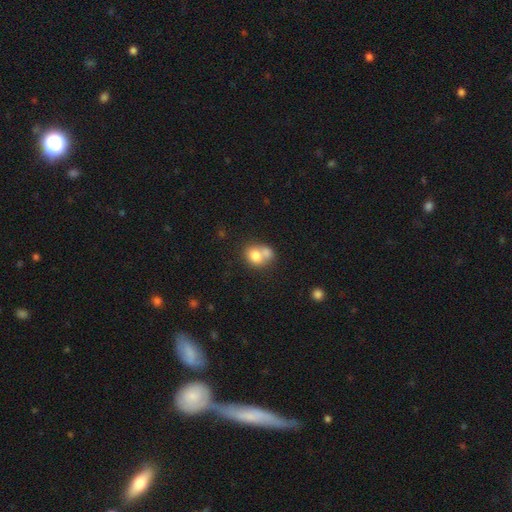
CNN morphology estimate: Overall: smooth (75%). How rounded: round (53%; in between 46%). Merging: merger (58%; none 28%).